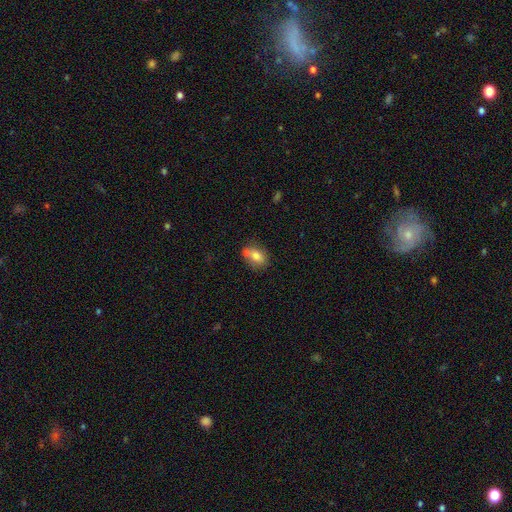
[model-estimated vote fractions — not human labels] Overall: smooth (74%). How rounded: in between (64%; round 34%). Merging: none (54%; merger 26%).